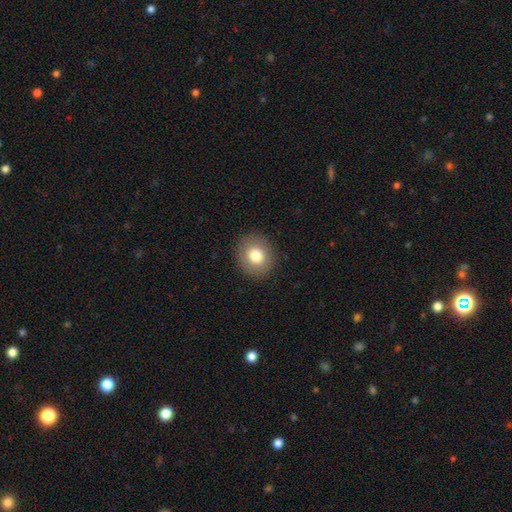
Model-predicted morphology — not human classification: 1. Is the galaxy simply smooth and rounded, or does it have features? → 79% smooth, 12% featured or disk, 9% star or artifact.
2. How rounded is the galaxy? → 78% round, 21% in between, 1% cigar-shaped.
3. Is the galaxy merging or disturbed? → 90% none, 7% minor disturbance, 2% major disturbance, 1% merger.